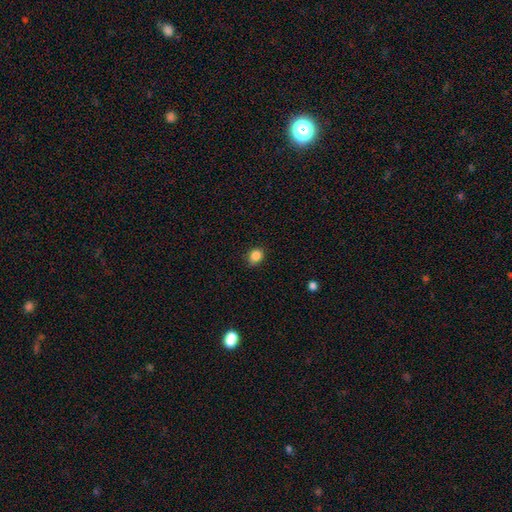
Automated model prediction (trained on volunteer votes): Q: Smooth or featured?
A: smooth (86%); runner-up: star or artifact (10%)
Q: How rounded?
A: round (56%); runner-up: in between (43%)
Q: Merging?
A: none (84%); runner-up: minor disturbance (13%)